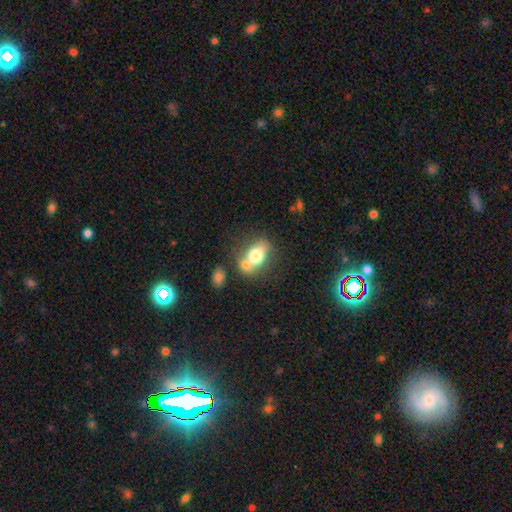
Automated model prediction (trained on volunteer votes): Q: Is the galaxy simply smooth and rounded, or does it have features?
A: smooth — 68%.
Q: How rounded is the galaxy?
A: in between — 73%.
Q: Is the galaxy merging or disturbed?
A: none — 42%.